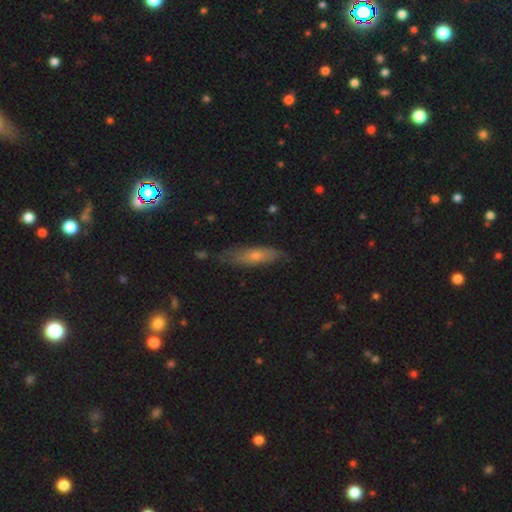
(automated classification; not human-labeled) Q: Smooth or featured?
A: smooth (54%); runner-up: featured or disk (38%)
Q: How rounded?
A: cigar-shaped (63%); runner-up: in between (34%)
Q: Merging?
A: none (73%); runner-up: minor disturbance (21%)